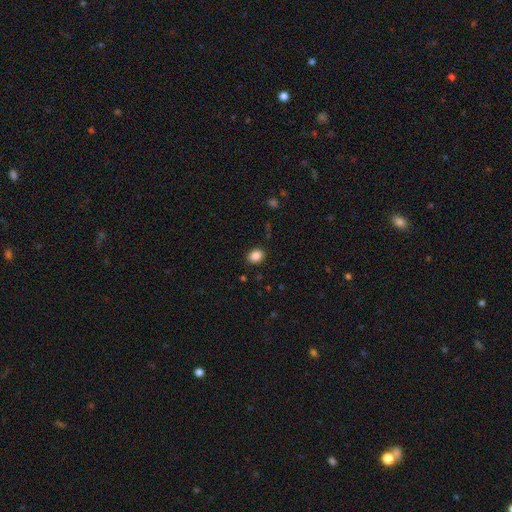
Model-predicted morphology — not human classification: smooth-or-featured: smooth: 87% | star or artifact: 10% | featured or disk: 4%
  how-rounded: in between: 57% | round: 42% | cigar-shaped: 1%
  merging: none: 89% | minor disturbance: 8% | major disturbance: 2% | merger: 1%